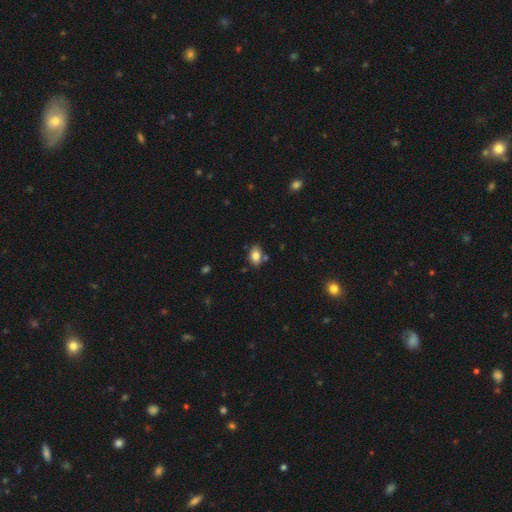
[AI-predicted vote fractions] The model was most divided on "merging": none: 74%, minor disturbance: 15%, merger: 8%, major disturbance: 3%. More confident: how rounded — in between (88%); smooth or featured — smooth (82%).